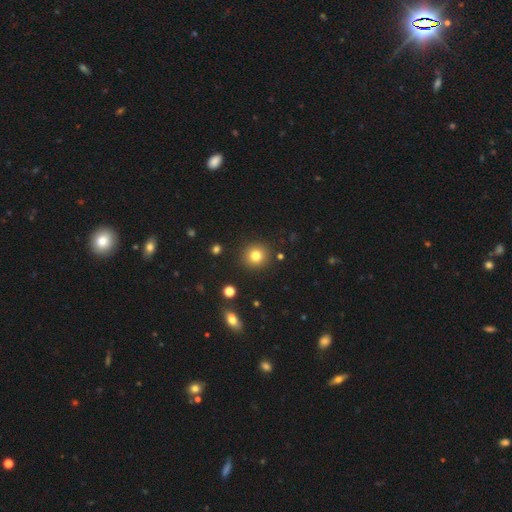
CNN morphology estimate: A smooth galaxy with no disk features (80%) that is round (92%).

Vote fractions:
- Smooth or featured? smooth: 80% / star or artifact: 12% / featured or disk: 7%
- How rounded? round: 92% / in between: 7% / cigar-shaped: 1%
- Merging? none: 90% / minor disturbance: 6% / major disturbance: 2% / merger: 2%